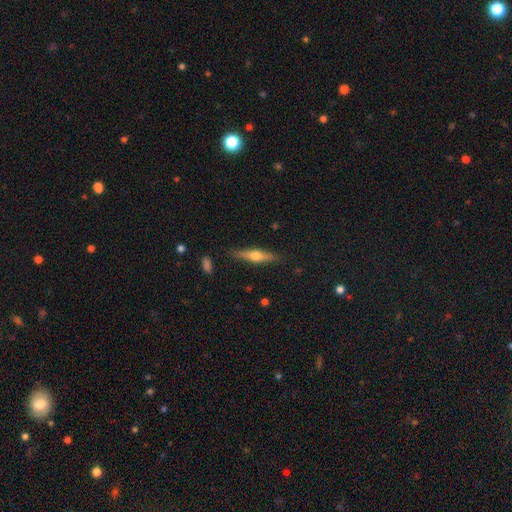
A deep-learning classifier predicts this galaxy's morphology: Smooth or featured?
  - featured or disk: 54% *
  - smooth: 39%
  - star or artifact: 6%
Edge-on disk?
  - yes: 94% *
  - no: 6%
Edge-on bulge?
  - rounded: 92% *
  - none: 4%
  - boxy: 4%
Merging?
  - none: 86% *
  - minor disturbance: 10%
  - major disturbance: 2%
  - merger: 2%